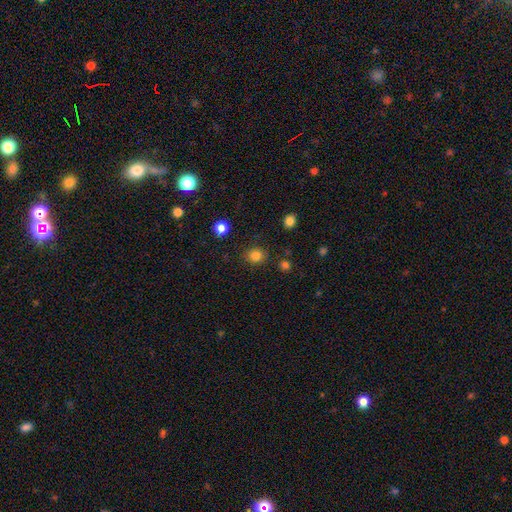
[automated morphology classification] smooth_or_featured: smooth (p=0.83) [alt: star or artifact p=0.13]
how_rounded: round (p=0.78) [alt: in between p=0.21]
merging: none (p=0.87) [alt: minor disturbance p=0.08]